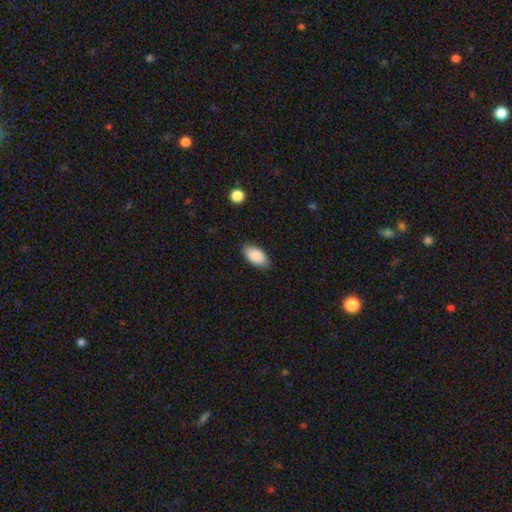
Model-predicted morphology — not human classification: smooth_or_featured: smooth (p=0.88) [alt: star or artifact p=0.06]
how_rounded: in between (p=0.95) [alt: cigar-shaped p=0.03]
merging: none (p=0.85) [alt: minor disturbance p=0.12]